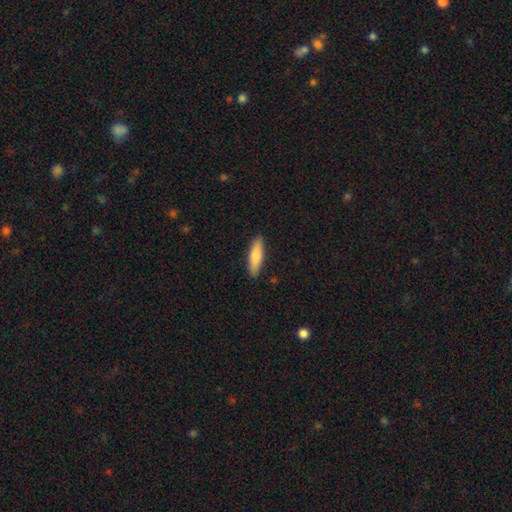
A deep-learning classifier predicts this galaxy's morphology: The model was most divided on "how rounded": cigar-shaped: 62%, in between: 36%, round: 2%. More confident: merging — none (89%); smooth or featured — smooth (80%).